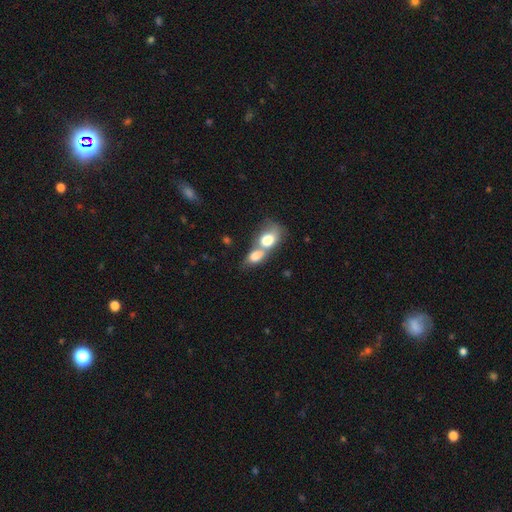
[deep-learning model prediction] Smooth or featured?
  - smooth: 74% *
  - featured or disk: 17%
  - star or artifact: 9%
How rounded?
  - in between: 68% *
  - round: 29%
  - cigar-shaped: 3%
Merging?
  - merger: 78% *
  - none: 12%
  - major disturbance: 5%
  - minor disturbance: 5%